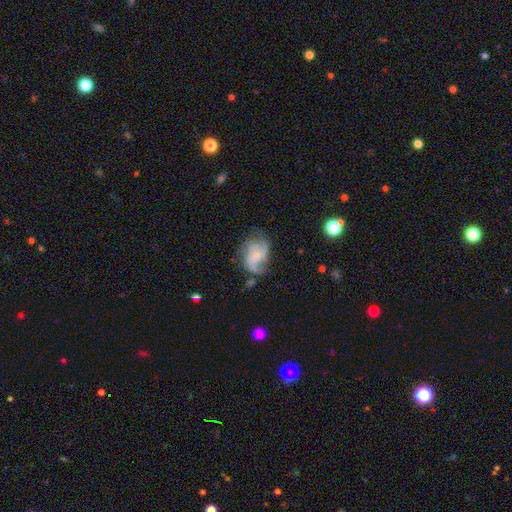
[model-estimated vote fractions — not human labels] smooth_or_featured: featured or disk (p=0.76) [alt: smooth p=0.17]
disk_edge_on: no (p=0.98) [alt: yes p=0.02]
bar: no (p=0.66) [alt: weak p=0.29]
has_spiral_arms: yes (p=0.92) [alt: no p=0.08]
spiral_winding: medium (p=0.46) [alt: loose p=0.34]
spiral_arm_count: 3 (p=0.34) [alt: 2 p=0.33]
bulge_size: small (p=0.51) [alt: moderate p=0.24]
merging: none (p=0.52) [alt: minor disturbance p=0.25]